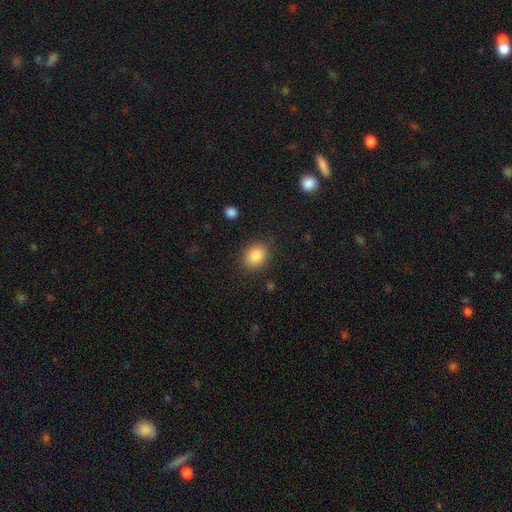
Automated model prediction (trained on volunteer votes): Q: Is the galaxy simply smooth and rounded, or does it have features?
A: smooth — 86%.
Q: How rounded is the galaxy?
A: round — 58%.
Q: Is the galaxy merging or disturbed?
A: none — 86%.